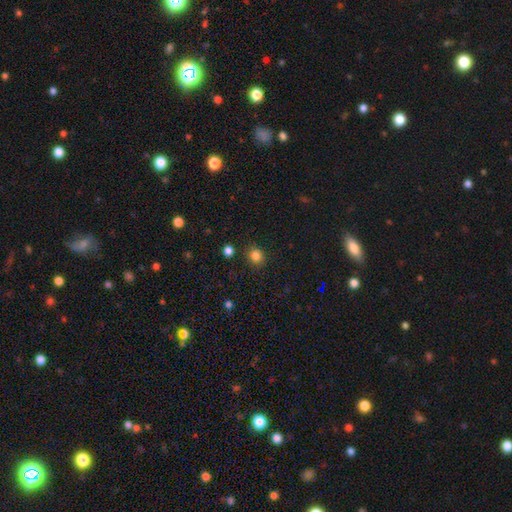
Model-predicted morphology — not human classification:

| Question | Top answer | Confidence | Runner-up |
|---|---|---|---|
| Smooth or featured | smooth | 83% | star or artifact (13%) |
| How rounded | round | 85% | in between (14%) |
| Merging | none | 87% | minor disturbance (8%) |